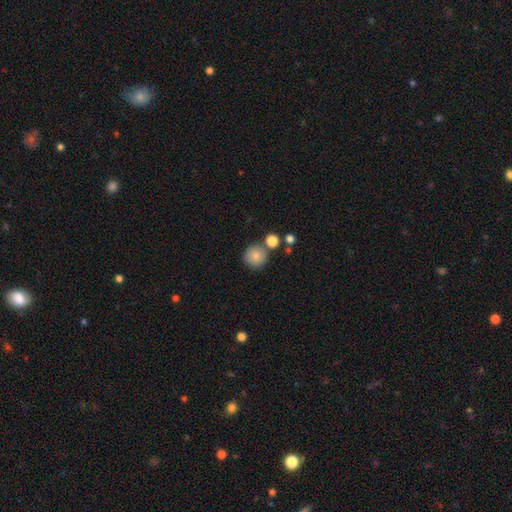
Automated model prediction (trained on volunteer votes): A smooth galaxy with no disk features (82%) that is round (93%).

Vote fractions:
- Smooth or featured? smooth: 82% / star or artifact: 10% / featured or disk: 8%
- How rounded? round: 93% / in between: 6% / cigar-shaped: 1%
- Merging? none: 73% / merger: 14% / minor disturbance: 10% / major disturbance: 3%